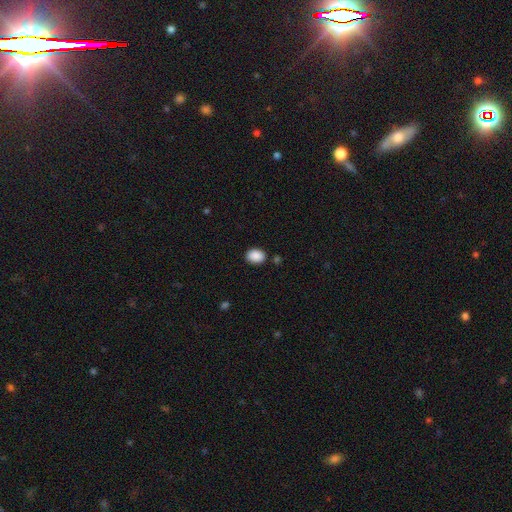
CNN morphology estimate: Smooth or featured?
  - smooth: 89% *
  - star or artifact: 7%
  - featured or disk: 3%
How rounded?
  - in between: 69% *
  - round: 30%
  - cigar-shaped: 1%
Merging?
  - none: 85% *
  - minor disturbance: 10%
  - merger: 3%
  - major disturbance: 2%